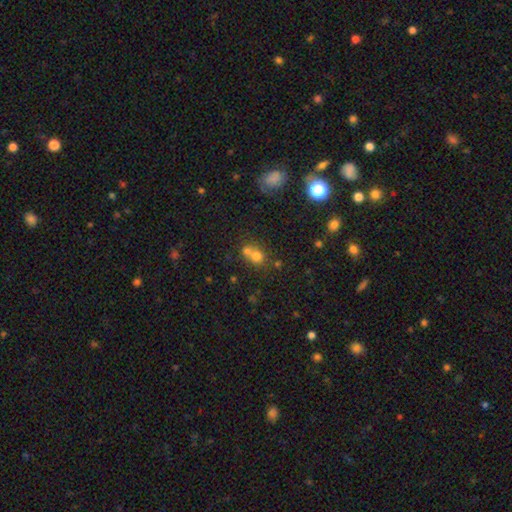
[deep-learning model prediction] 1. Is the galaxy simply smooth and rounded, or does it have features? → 70% smooth, 16% star or artifact, 14% featured or disk.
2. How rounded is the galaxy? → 78% round, 21% in between, 1% cigar-shaped.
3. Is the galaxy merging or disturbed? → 55% merger, 36% none, 6% minor disturbance, 3% major disturbance.